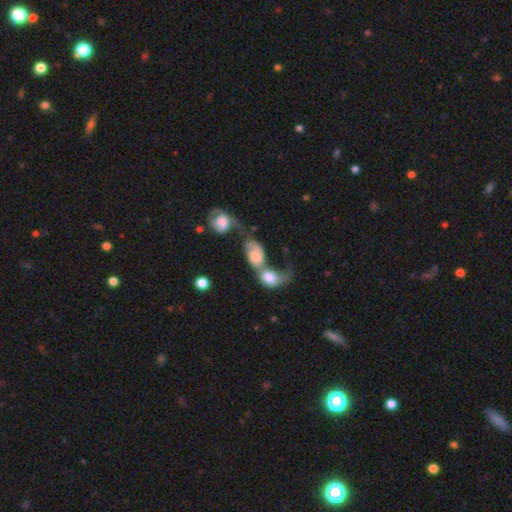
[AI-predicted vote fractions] This appears to be a smooth galaxy with no disk features (51%) that is in between round and cigar-shaped (73%). Merging: merger (81%).